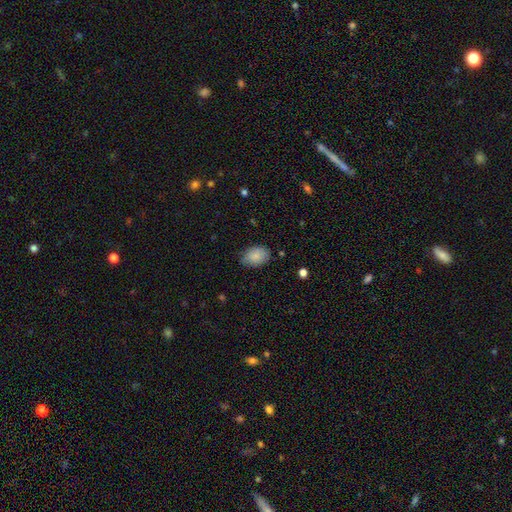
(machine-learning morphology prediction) Q: Smooth or featured?
A: smooth (84%); runner-up: featured or disk (9%)
Q: How rounded?
A: in between (84%); runner-up: round (14%)
Q: Merging?
A: none (76%); runner-up: minor disturbance (20%)